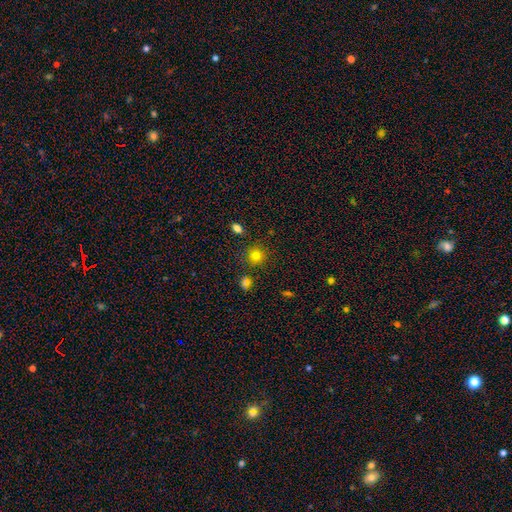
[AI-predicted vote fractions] smooth 80%, star or artifact 14%, featured or disk 6%. Down the decision tree: how rounded — round (90%); merging — none (85%).